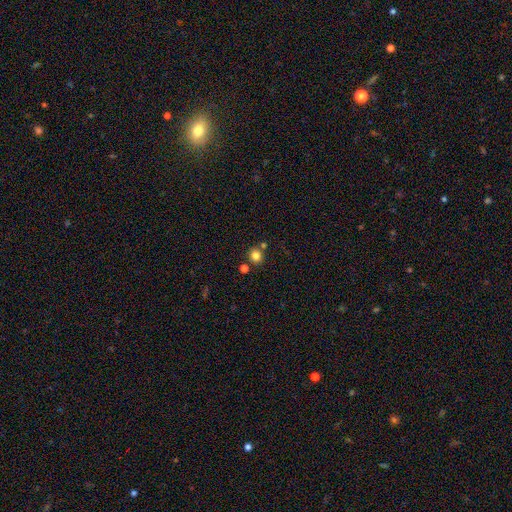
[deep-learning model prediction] Smooth or featured: smooth — 81% (star or artifact — 13%)
How rounded: round — 87% (in between — 13%)
Merging: none — 76% (merger — 12%)